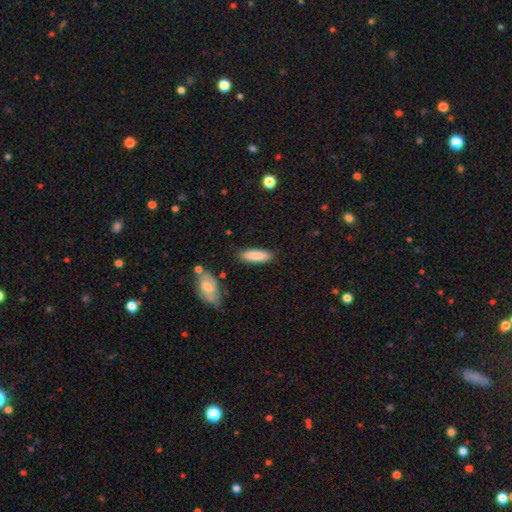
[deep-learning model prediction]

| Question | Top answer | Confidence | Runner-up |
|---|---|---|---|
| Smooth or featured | smooth | 86% | featured or disk (8%) |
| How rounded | in between | 52% | cigar-shaped (46%) |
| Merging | none | 84% | minor disturbance (10%) |